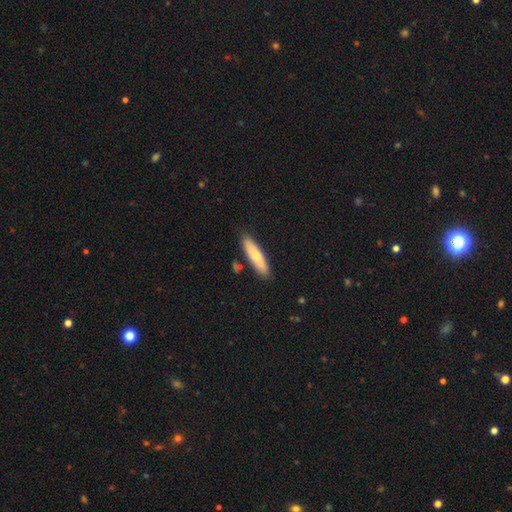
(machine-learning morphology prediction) This appears to be a smooth galaxy with no disk features (73%) that is cigar-shaped (75%). Merging: none (84%).